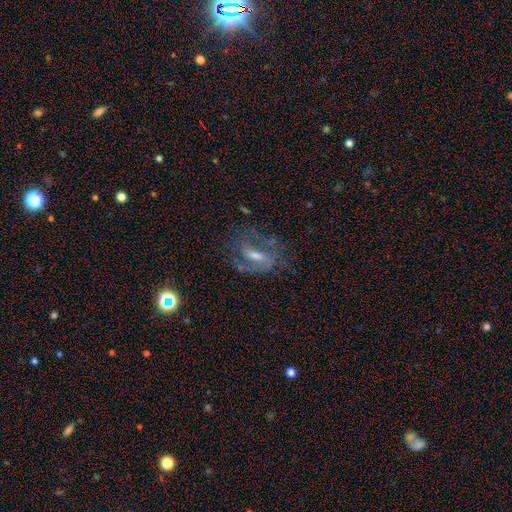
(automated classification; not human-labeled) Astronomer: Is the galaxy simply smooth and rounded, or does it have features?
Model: featured or disk — 74%.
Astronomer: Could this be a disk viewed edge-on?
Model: no — 92%.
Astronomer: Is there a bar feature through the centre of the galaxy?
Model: weak — 42% (runner-up: strong, 38%).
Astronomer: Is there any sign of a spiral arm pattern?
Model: yes — 84%.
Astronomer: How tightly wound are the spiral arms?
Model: medium — 47% (runner-up: tight, 29%).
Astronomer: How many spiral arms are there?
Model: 2 — 66%.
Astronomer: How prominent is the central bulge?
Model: moderate — 43%, tied with small at 43%.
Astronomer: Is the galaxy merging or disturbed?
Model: none — 61%.